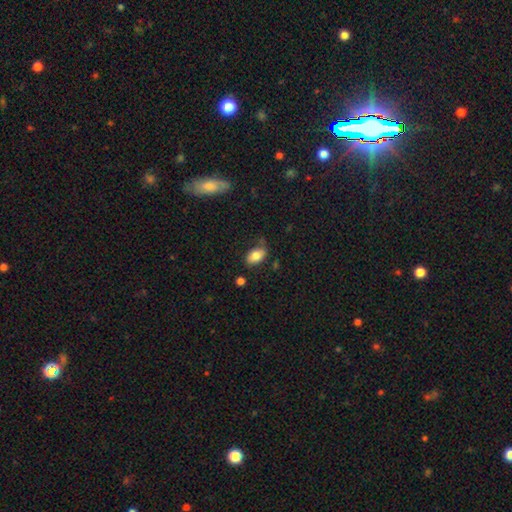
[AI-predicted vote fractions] Smooth or featured? smooth (80%)
How rounded? in between (91%)
Merging? none (69%)